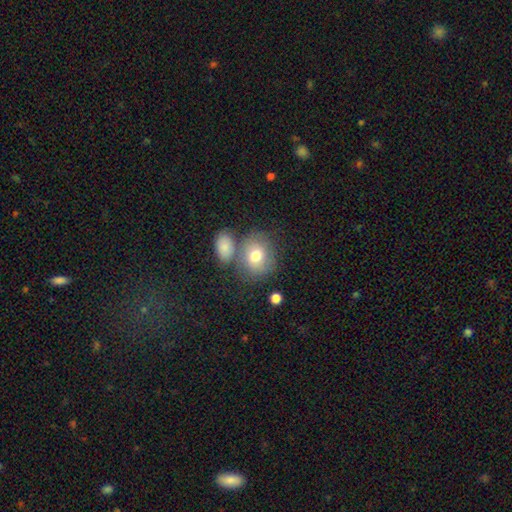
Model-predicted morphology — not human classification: smooth_or_featured: smooth (p=0.72) [alt: featured or disk p=0.18]
how_rounded: round (p=0.63) [alt: in between p=0.36]
merging: none (p=0.58) [alt: merger p=0.20]